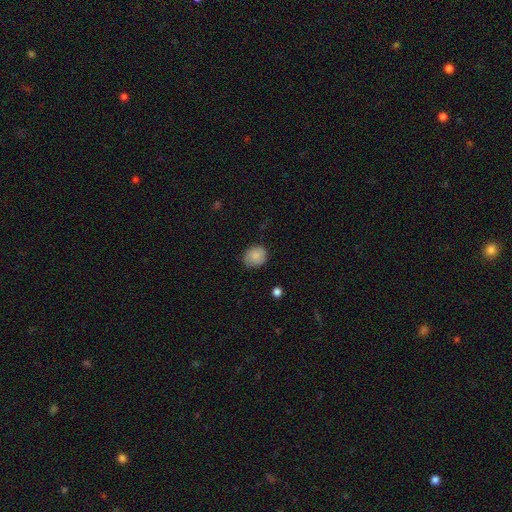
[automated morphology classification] The model was most divided on "how rounded": round: 66%, in between: 33%, cigar-shaped: 1%. More confident: smooth or featured — smooth (85%); merging — none (78%).